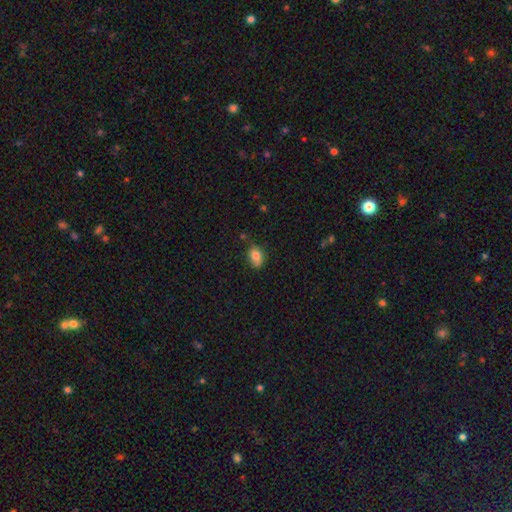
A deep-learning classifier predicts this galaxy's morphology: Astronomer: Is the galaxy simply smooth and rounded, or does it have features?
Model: smooth — 81%.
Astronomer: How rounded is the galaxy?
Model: in between — 73%.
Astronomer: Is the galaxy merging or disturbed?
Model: none — 58%.